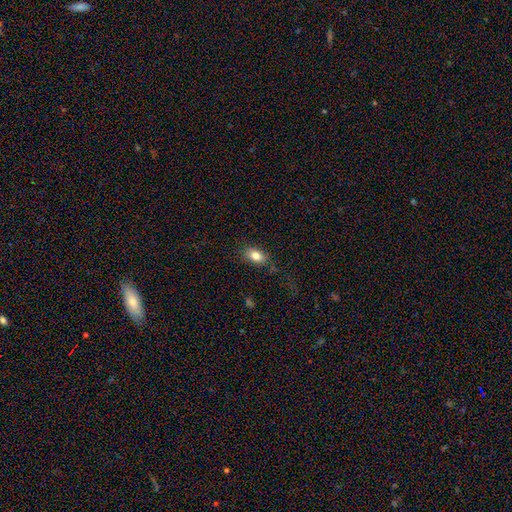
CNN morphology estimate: A smooth galaxy with no disk features (81%) that is in between round and cigar-shaped (85%). Merging: none (78%).